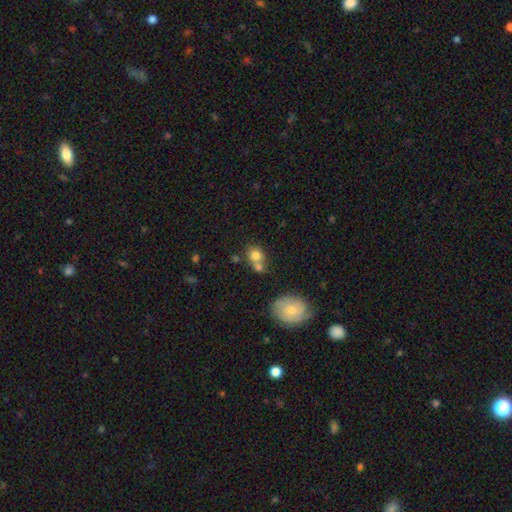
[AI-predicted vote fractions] This appears to be a smooth galaxy with no disk features (77%) that is round (73%). Merging: merger (45%).